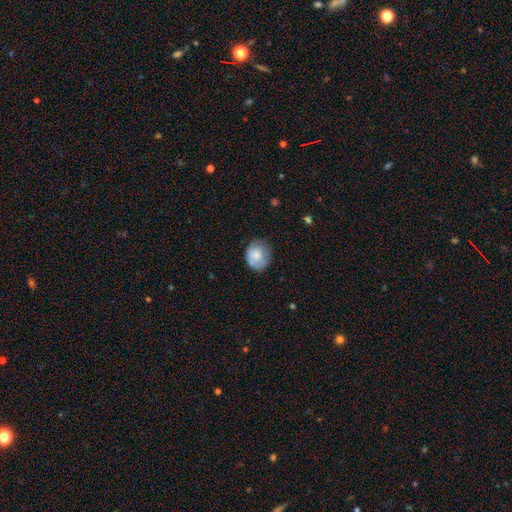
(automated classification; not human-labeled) Smooth or featured: smooth — 75% (featured or disk — 18%)
How rounded: round — 62% (in between — 37%)
Merging: none — 63% (minor disturbance — 27%)